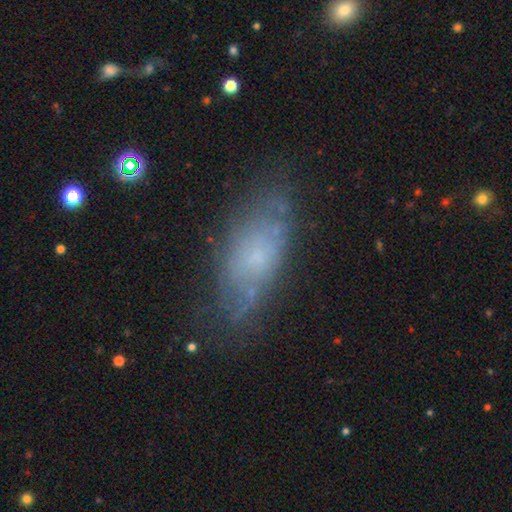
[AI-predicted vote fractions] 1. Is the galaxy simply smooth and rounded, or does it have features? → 48% smooth, 41% featured or disk, 11% star or artifact.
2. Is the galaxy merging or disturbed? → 66% none, 22% minor disturbance, 9% major disturbance, 3% merger.